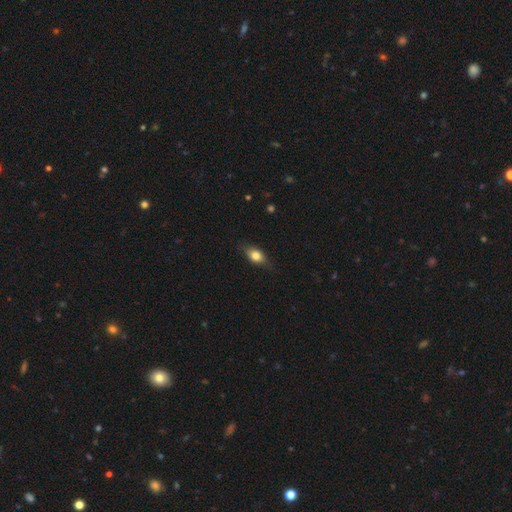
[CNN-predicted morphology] A smooth galaxy with no disk features (76%) that is in between round and cigar-shaped (81%). Merging: none (77%).